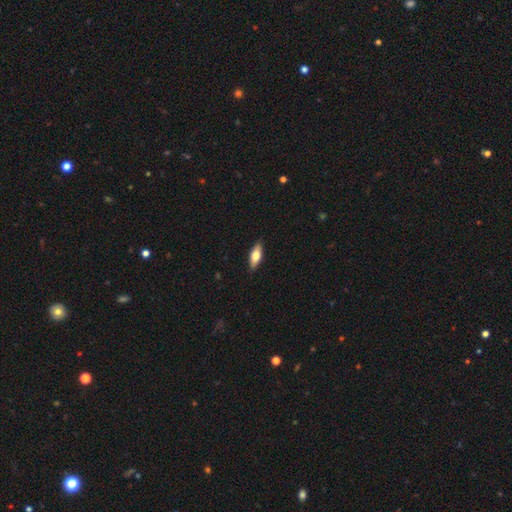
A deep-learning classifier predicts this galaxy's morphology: Smooth or featured? Predicted: smooth (p=0.67). How rounded? Predicted: in between (p=0.70). Merging? Predicted: none (p=0.89).